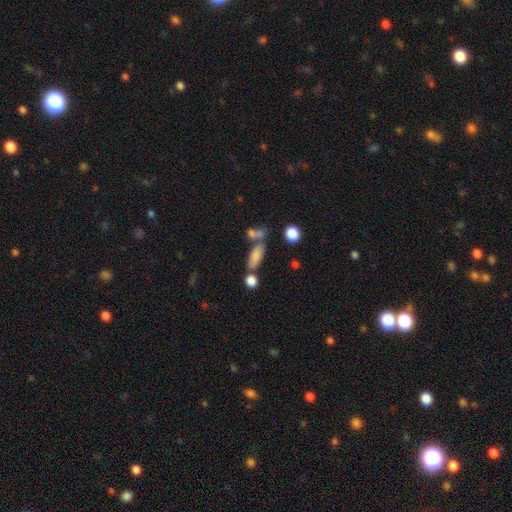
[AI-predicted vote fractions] The model was most divided on "merging": none: 55%, merger: 25%, minor disturbance: 14%, major disturbance: 6%. More confident: smooth or featured — smooth (78%); how rounded — in between (64%).